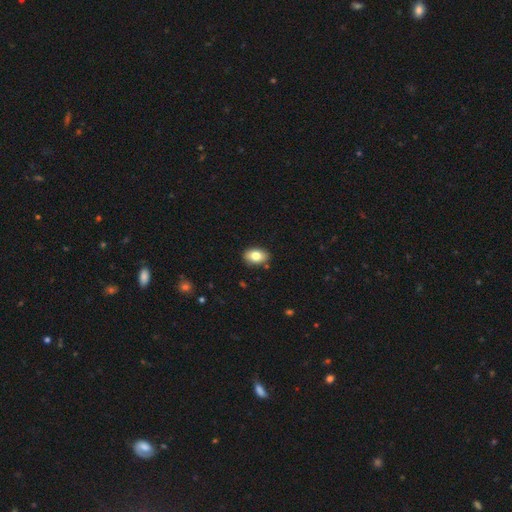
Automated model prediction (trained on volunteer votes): Smooth or featured?
  - smooth: 80% *
  - featured or disk: 12%
  - star or artifact: 8%
How rounded?
  - in between: 86% *
  - round: 13%
  - cigar-shaped: 1%
Merging?
  - none: 86% *
  - minor disturbance: 11%
  - major disturbance: 2%
  - merger: 2%